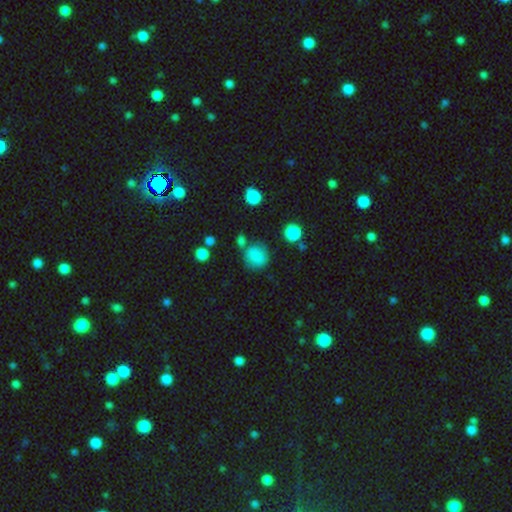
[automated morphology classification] Overall: smooth (81%). How rounded: round (78%). Merging: none (68%).